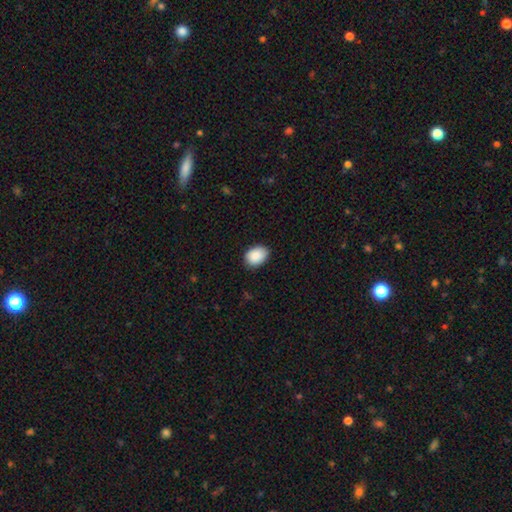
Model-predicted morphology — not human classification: Q: Smooth or featured?
A: smooth (90%); runner-up: star or artifact (7%)
Q: How rounded?
A: in between (72%); runner-up: round (27%)
Q: Merging?
A: none (84%); runner-up: minor disturbance (13%)